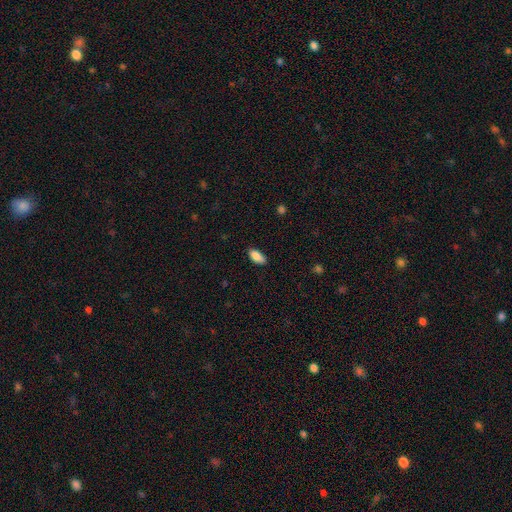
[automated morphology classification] smooth_or_featured: smooth (p=0.87) [alt: star or artifact p=0.07]
how_rounded: in between (p=0.88) [alt: cigar-shaped p=0.10]
merging: none (p=0.78) [alt: minor disturbance p=0.18]